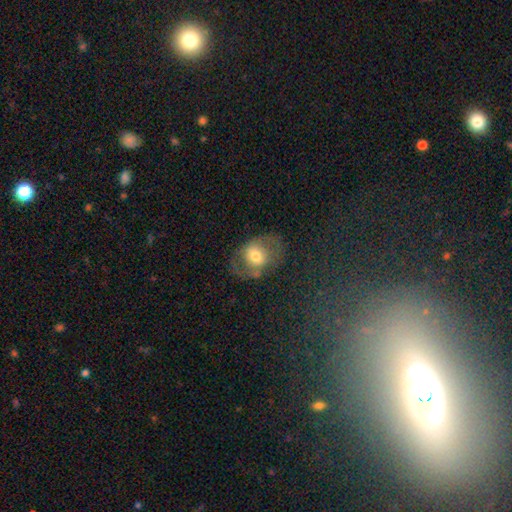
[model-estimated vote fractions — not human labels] smooth-or-featured: smooth: 46% | featured or disk: 45% | star or artifact: 9%
  merging: none: 65% | minor disturbance: 20% | major disturbance: 12% | merger: 3%